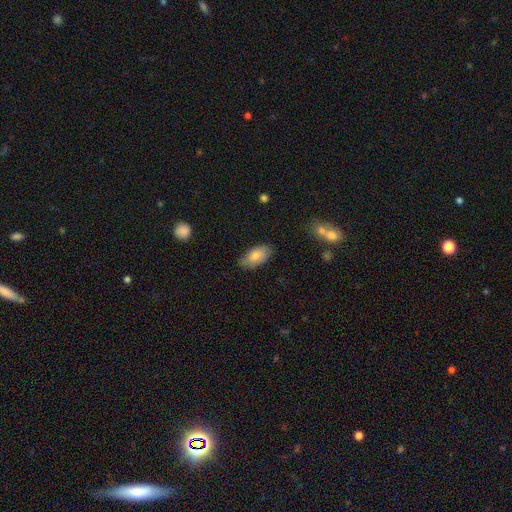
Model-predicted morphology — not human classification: This is likely a smooth galaxy (78%). How rounded: clearly in between (93%). Merging: likely none (75%).